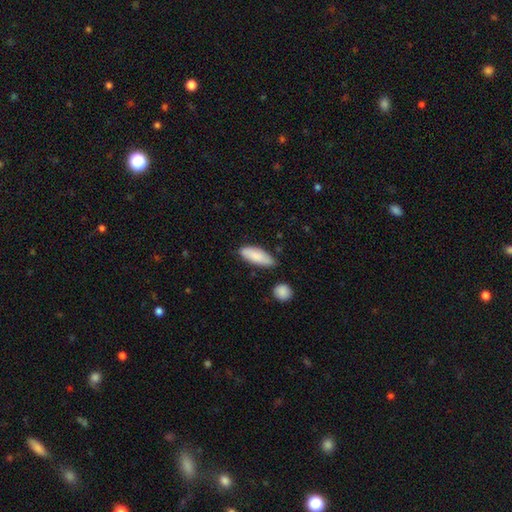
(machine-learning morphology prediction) smooth-or-featured: smooth: 86% | featured or disk: 8% | star or artifact: 6%
  how-rounded: in between: 69% | cigar-shaped: 29% | round: 2%
  merging: none: 75% | minor disturbance: 18% | merger: 4% | major disturbance: 3%